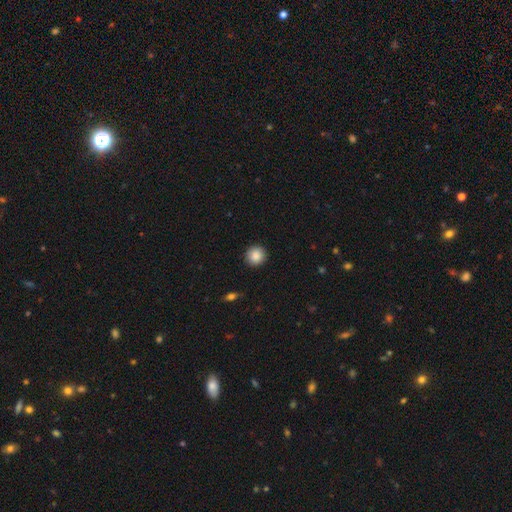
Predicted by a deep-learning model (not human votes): Smooth or featured?
  - smooth: 88% *
  - star or artifact: 8%
  - featured or disk: 4%
How rounded?
  - round: 94% *
  - in between: 5%
  - cigar-shaped: 1%
Merging?
  - none: 92% *
  - minor disturbance: 6%
  - major disturbance: 2%
  - merger: 1%